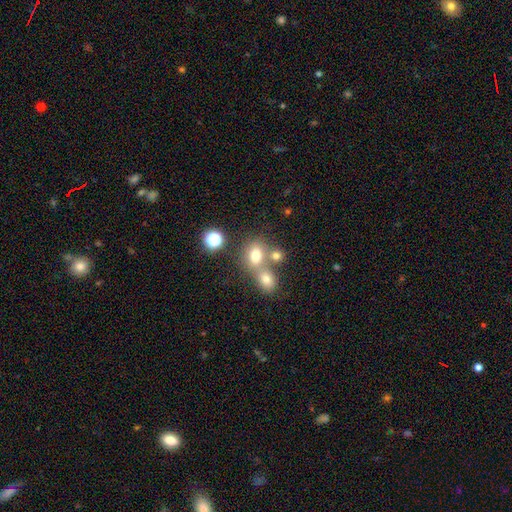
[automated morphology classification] type=smooth (70%); roundness=round (54%); merging=none (46%).